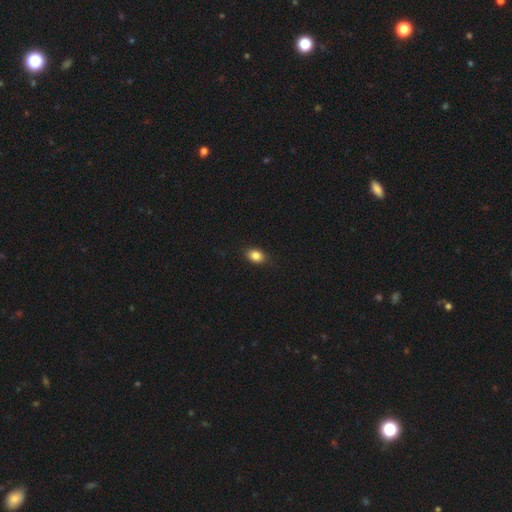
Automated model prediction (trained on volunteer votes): smooth_or_featured: smooth (p=0.86) [alt: star or artifact p=0.09]
how_rounded: in between (p=0.69) [alt: round p=0.29]
merging: none (p=0.88) [alt: minor disturbance p=0.09]